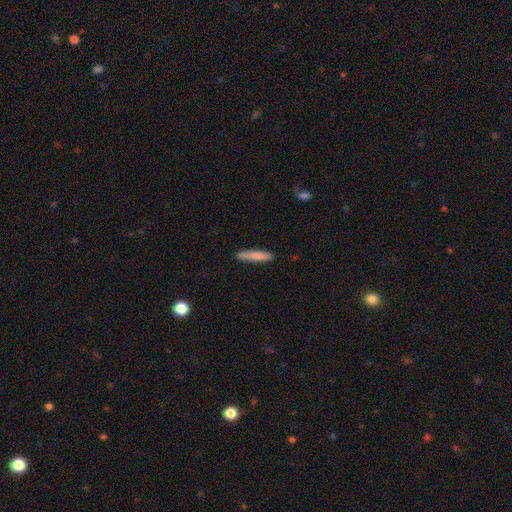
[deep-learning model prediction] smooth-or-featured: smooth: 81% | featured or disk: 13% | star or artifact: 6%
  how-rounded: cigar-shaped: 91% | in between: 8% | round: 1%
  merging: none: 86% | minor disturbance: 10% | major disturbance: 2% | merger: 1%